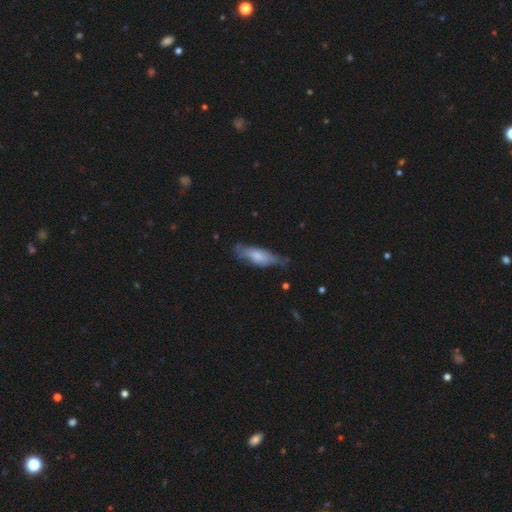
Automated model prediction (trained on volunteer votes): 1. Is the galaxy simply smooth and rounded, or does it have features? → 47% smooth, 45% featured or disk, 8% star or artifact.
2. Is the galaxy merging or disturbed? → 56% none, 31% minor disturbance, 11% major disturbance, 2% merger.